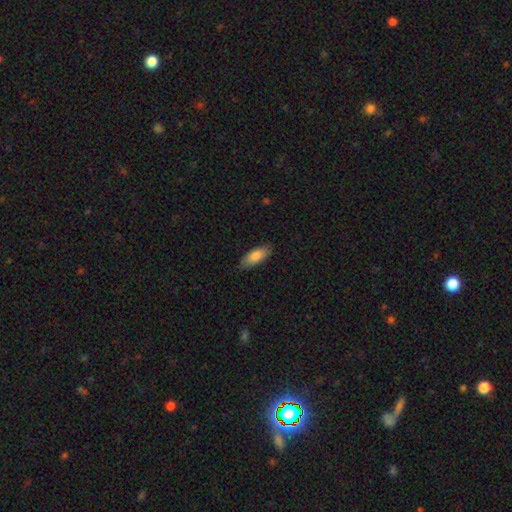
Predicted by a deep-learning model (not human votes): Smooth or featured? Predicted: smooth (p=0.84). How rounded? Predicted: in between (p=0.80). Merging? Predicted: none (p=0.83).